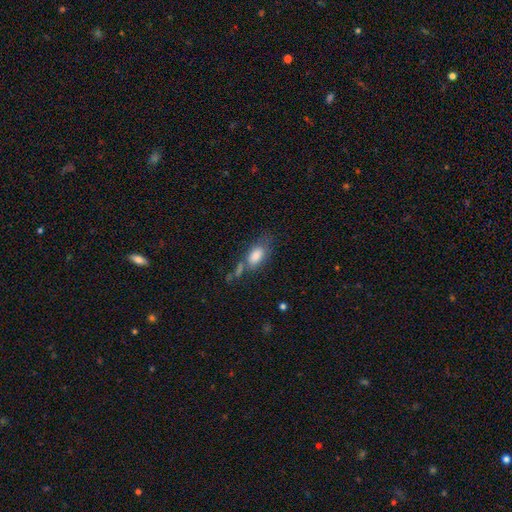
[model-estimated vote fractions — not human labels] A smooth galaxy with no disk features (80%) that is in between round and cigar-shaped (88%). Merging: none (45%).